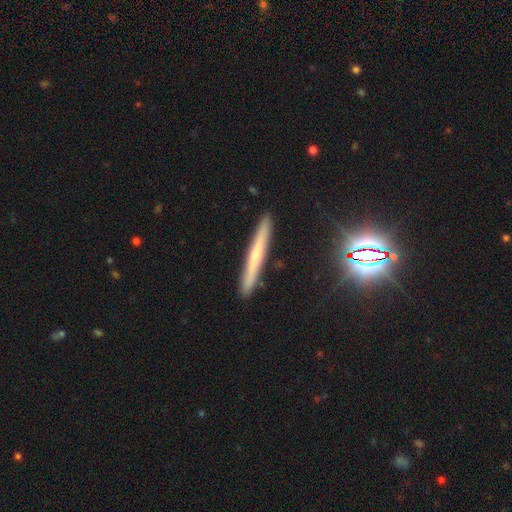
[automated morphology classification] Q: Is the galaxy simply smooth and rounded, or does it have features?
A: smooth — 45%.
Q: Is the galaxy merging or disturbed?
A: none — 91%.